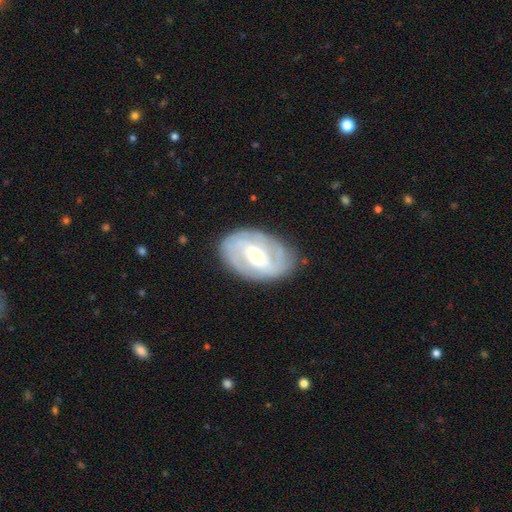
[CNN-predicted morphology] The model was most divided on "bulge size": moderate: 49%, small: 46%, large: 3%, none: 1%, dominant: 1%. Remaining: edge-on disk — no (96%); spiral arms — yes (89%); merging — none (80%); smooth or featured — featured or disk (79%); spiral winding — tight (54%); spiral arm count — 2 (46%); bar — weak (46%).